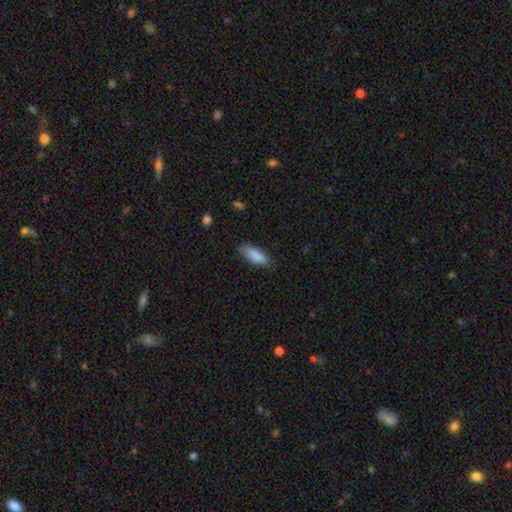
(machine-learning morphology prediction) Smooth or featured? smooth (88%)
How rounded? in between (71%)
Merging? none (78%)